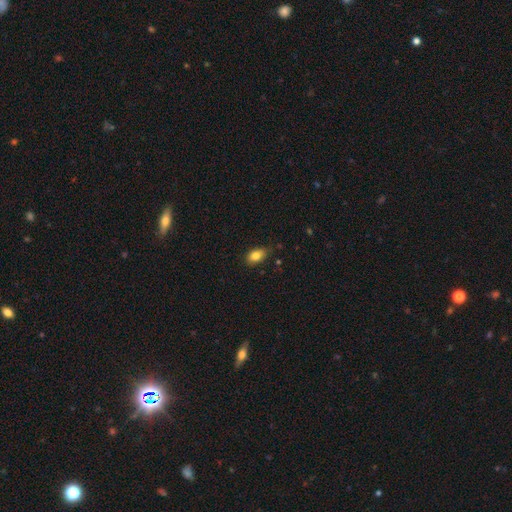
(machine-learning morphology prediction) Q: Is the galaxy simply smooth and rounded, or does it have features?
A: smooth — 83%.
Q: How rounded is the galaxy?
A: in between — 86%.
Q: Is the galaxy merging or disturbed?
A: none — 75%.